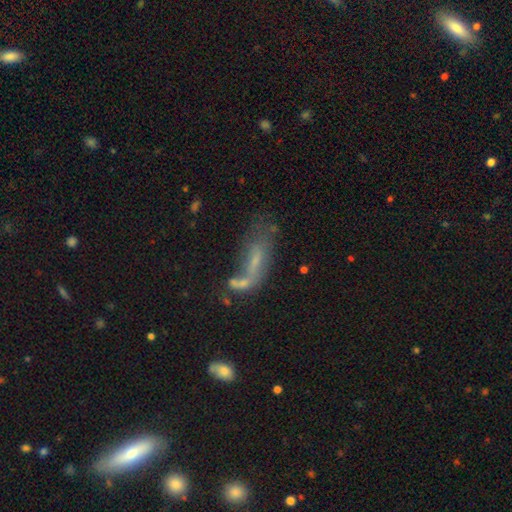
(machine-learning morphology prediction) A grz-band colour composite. It shows a smooth galaxy with no disk features (50%) that is in between round and cigar-shaped (61%). Merging: merger (31%).